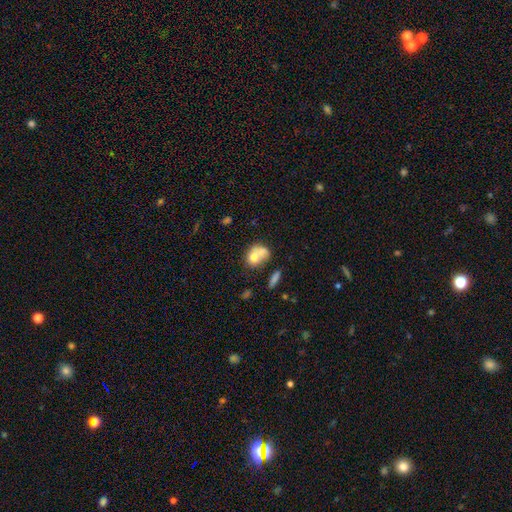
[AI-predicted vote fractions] Smooth or featured? Predicted: smooth (p=0.68). How rounded? Predicted: in between (p=0.50). Merging? Predicted: merger (p=0.50).